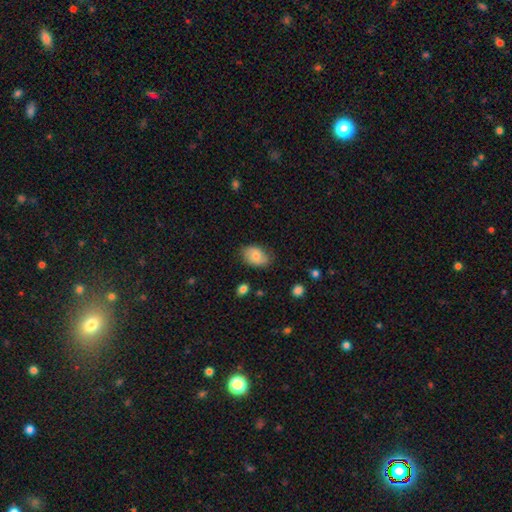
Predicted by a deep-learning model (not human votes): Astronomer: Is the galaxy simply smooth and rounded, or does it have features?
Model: smooth — 77%.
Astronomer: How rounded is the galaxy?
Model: in between — 86%.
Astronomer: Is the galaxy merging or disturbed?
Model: none — 76%.